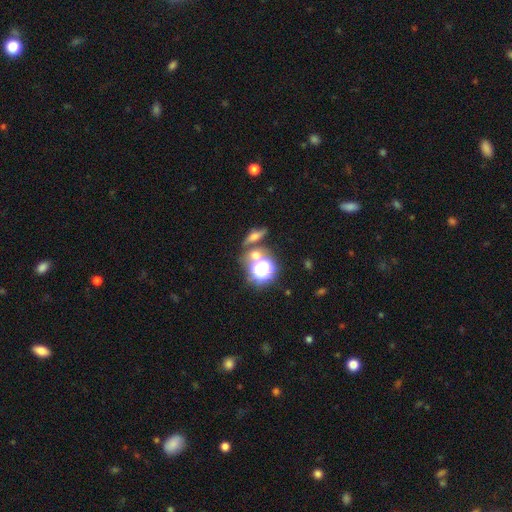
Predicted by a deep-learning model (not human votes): Smooth or featured? smooth (46%)
Merging? none (60%)